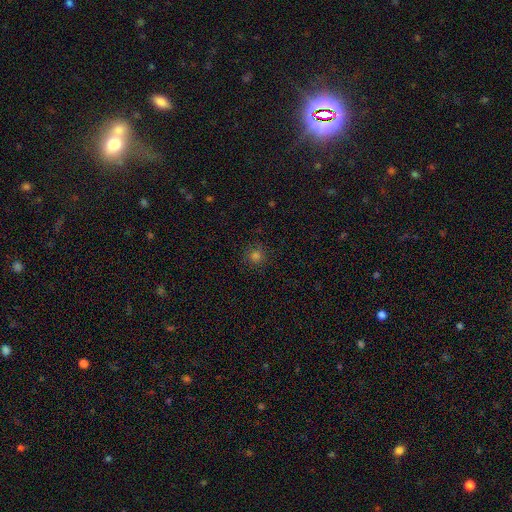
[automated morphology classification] A smooth galaxy with no disk features (76%) that is round (95%).

Vote fractions:
- Smooth or featured? smooth: 76% / star or artifact: 19% / featured or disk: 5%
- How rounded? round: 95% / in between: 4% / cigar-shaped: 1%
- Merging? none: 90% / minor disturbance: 7% / major disturbance: 2% / merger: 1%